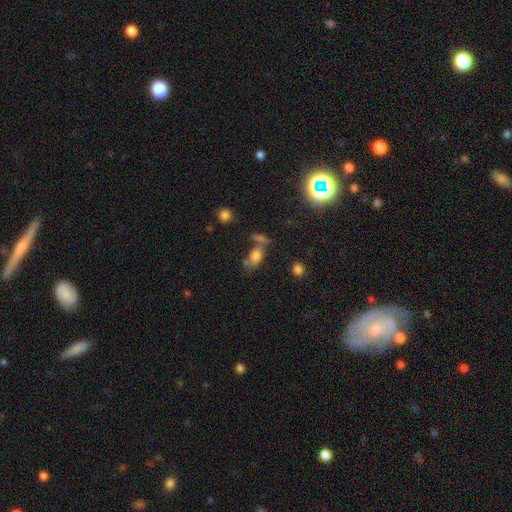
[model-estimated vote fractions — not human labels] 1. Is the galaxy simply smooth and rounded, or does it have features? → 73% smooth, 14% star or artifact, 13% featured or disk.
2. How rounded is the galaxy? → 82% in between, 13% round, 5% cigar-shaped.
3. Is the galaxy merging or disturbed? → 43% none, 30% merger, 16% minor disturbance, 10% major disturbance.